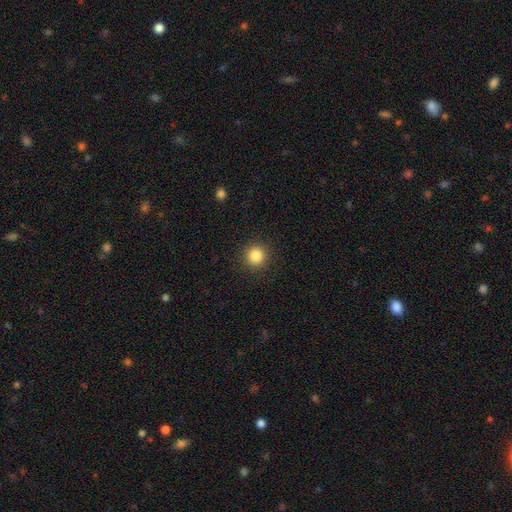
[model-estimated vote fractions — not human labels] Smooth or featured?
  - smooth: 86% *
  - star or artifact: 10%
  - featured or disk: 4%
How rounded?
  - round: 95% *
  - in between: 4%
  - cigar-shaped: 1%
Merging?
  - none: 92% *
  - minor disturbance: 5%
  - major disturbance: 2%
  - merger: 1%